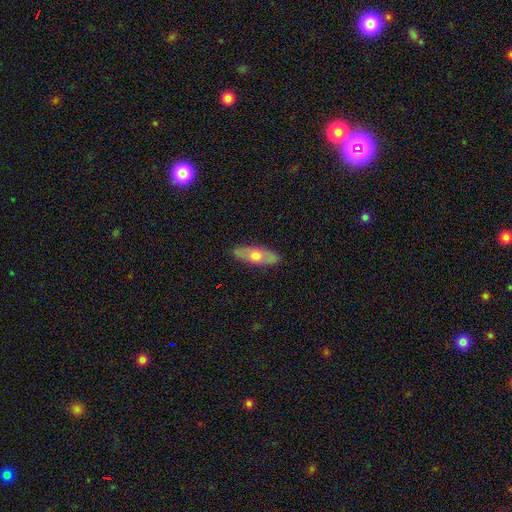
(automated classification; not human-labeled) The model was most divided on "smooth or featured": smooth: 55%, featured or disk: 40%, star or artifact: 6%. More confident: merging — none (86%); how rounded — in between (60%).